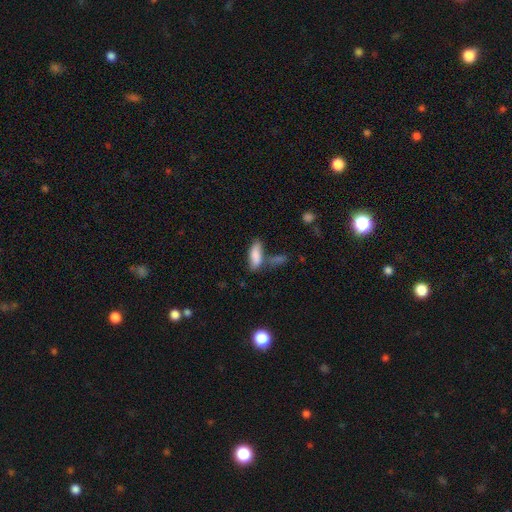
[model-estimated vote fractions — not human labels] This is clearly a smooth galaxy (82%). How rounded: likely in between (73%). Merging: possibly none (49%).